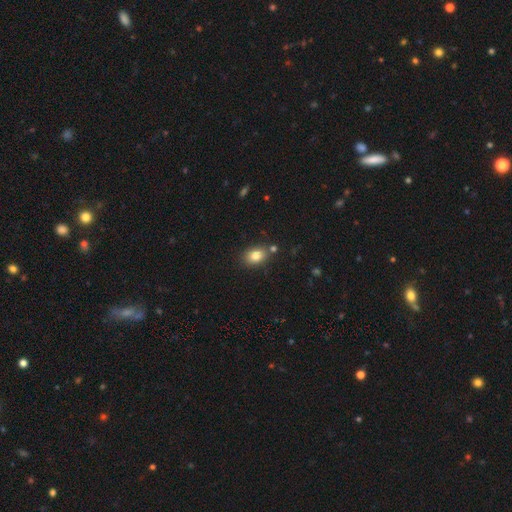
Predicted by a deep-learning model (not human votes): smooth-or-featured: smooth: 83% | star or artifact: 10% | featured or disk: 8%
  how-rounded: in between: 77% | round: 22% | cigar-shaped: 1%
  merging: none: 79% | minor disturbance: 12% | merger: 7% | major disturbance: 3%